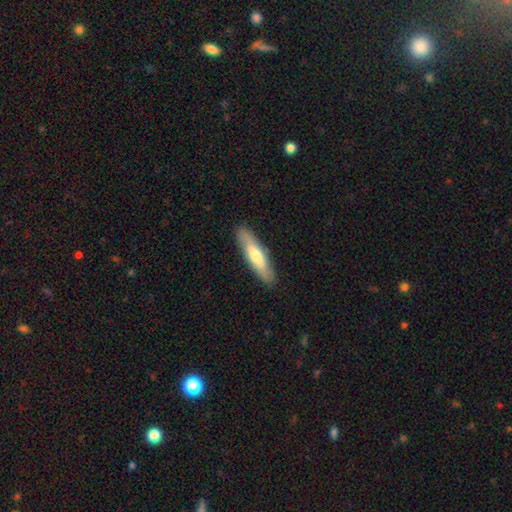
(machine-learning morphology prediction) Smooth or featured?
  - smooth: 60% *
  - featured or disk: 35%
  - star or artifact: 5%
How rounded?
  - cigar-shaped: 74% *
  - in between: 25%
  - round: 2%
Merging?
  - none: 89% *
  - minor disturbance: 8%
  - major disturbance: 2%
  - merger: 1%